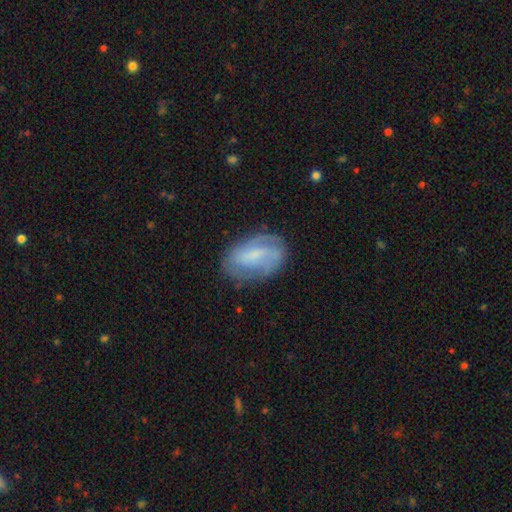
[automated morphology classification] A featured or disk galaxy (56%) with a weak bar (46%), spiral arms (78%) and a small central bulge (44%). Merging: none (68%).